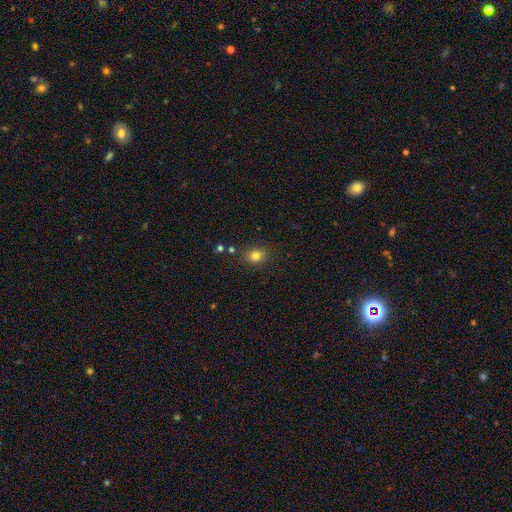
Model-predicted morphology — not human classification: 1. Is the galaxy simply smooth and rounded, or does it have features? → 79% smooth, 14% star or artifact, 7% featured or disk.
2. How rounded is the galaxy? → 56% round, 43% in between, 1% cigar-shaped.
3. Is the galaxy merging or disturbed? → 84% none, 10% minor disturbance, 3% major disturbance, 3% merger.